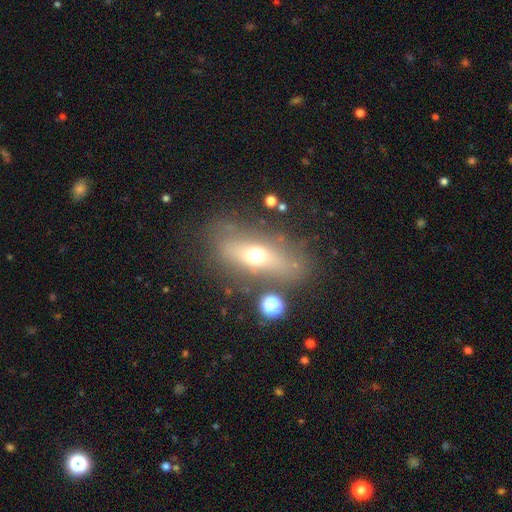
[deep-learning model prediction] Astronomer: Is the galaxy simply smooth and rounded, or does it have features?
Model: smooth — 51% (runner-up: featured or disk, 37%).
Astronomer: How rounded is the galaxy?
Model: in between — 62%.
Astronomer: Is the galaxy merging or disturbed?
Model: none — 73%.